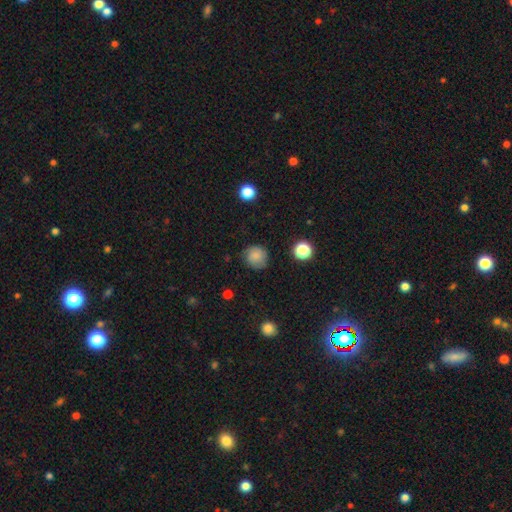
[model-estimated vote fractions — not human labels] A smooth galaxy with no disk features (83%) that is round (91%). Merging: none (79%).